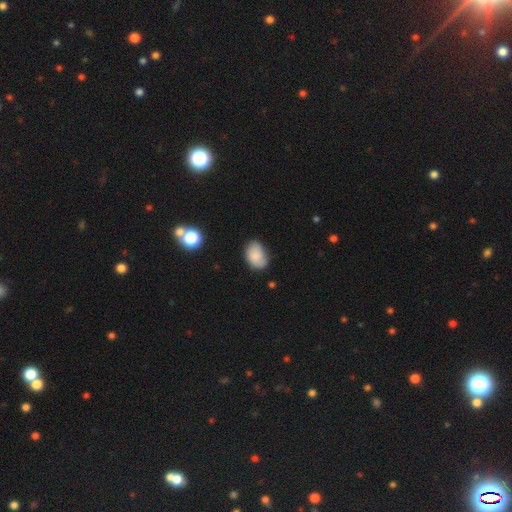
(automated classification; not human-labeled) Q: Smooth or featured?
A: smooth (80%); runner-up: featured or disk (12%)
Q: How rounded?
A: in between (83%); runner-up: round (16%)
Q: Merging?
A: none (71%); runner-up: minor disturbance (23%)